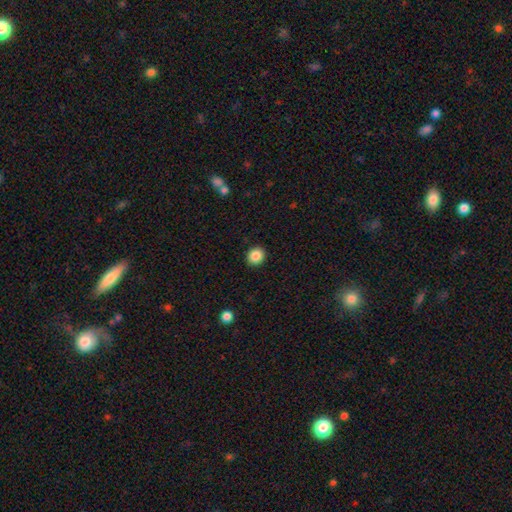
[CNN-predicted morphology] smooth 87%, star or artifact 9%, featured or disk 4%. Down the decision tree: how rounded — round (79%); merging — none (92%).